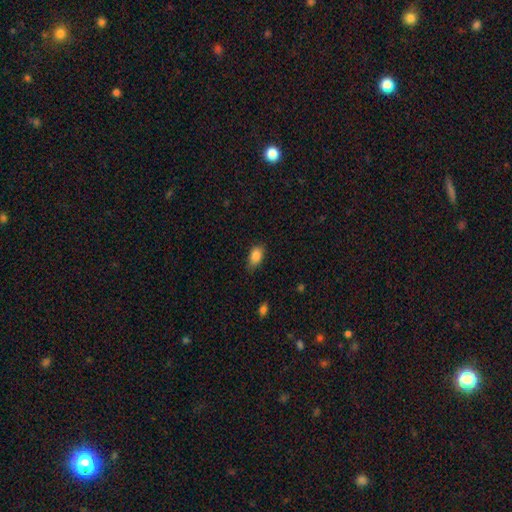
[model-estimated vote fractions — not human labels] Smooth or featured? smooth (86%)
How rounded? in between (85%)
Merging? none (69%)